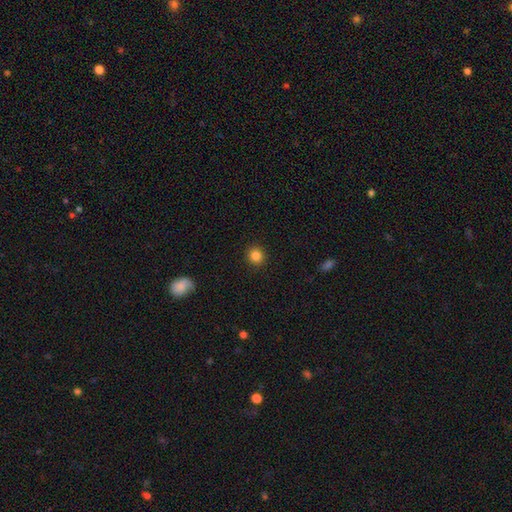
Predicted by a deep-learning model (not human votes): smooth 85%, star or artifact 11%, featured or disk 4%. Down the decision tree: how rounded — round (90%); merging — none (92%).